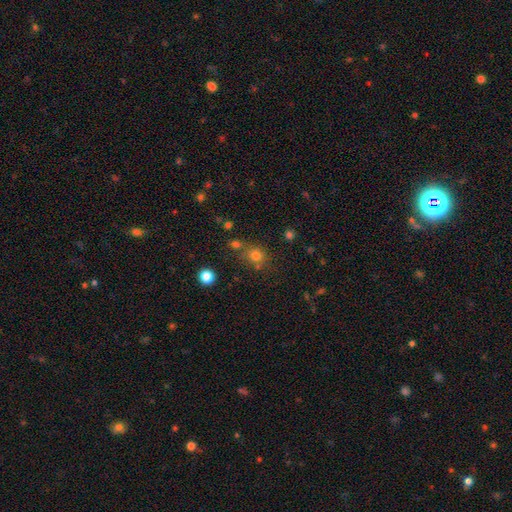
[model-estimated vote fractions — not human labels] A smooth galaxy with no disk features (73%) that is round (81%).

Vote fractions:
- Smooth or featured? smooth: 73% / star or artifact: 20% / featured or disk: 8%
- How rounded? round: 81% / in between: 18% / cigar-shaped: 1%
- Merging? none: 68% / merger: 16% / minor disturbance: 12% / major disturbance: 5%